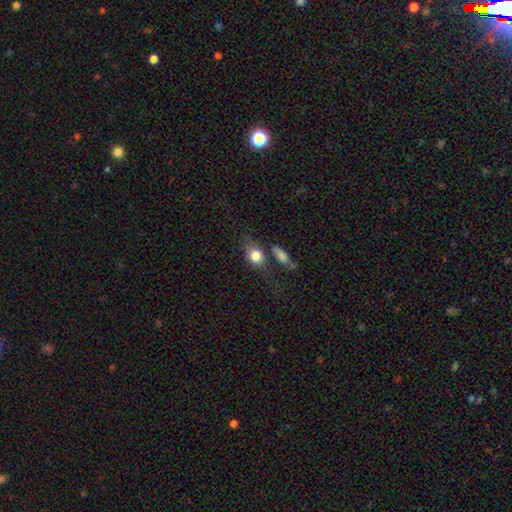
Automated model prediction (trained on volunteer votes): smooth 76%, featured or disk 15%, star or artifact 9%. Down the decision tree: how rounded — in between (54%); merging — none (50%).